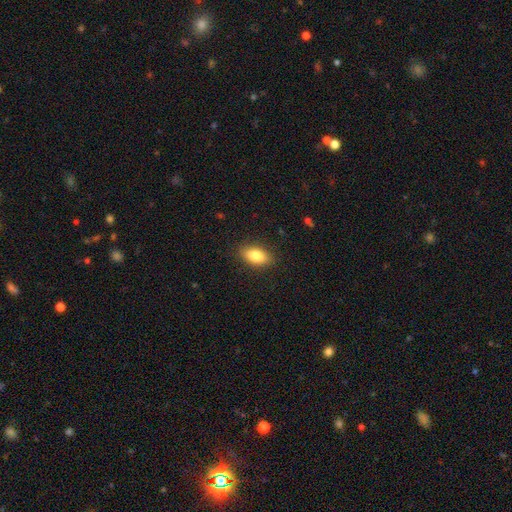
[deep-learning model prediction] Smooth or featured: smooth — 83% (featured or disk — 10%)
How rounded: in between — 89% (cigar-shaped — 6%)
Merging: none — 88% (minor disturbance — 9%)